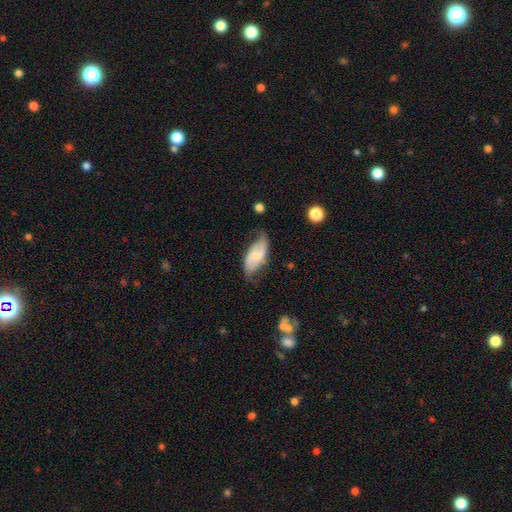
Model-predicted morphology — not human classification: Q: Smooth or featured?
A: featured or disk (50%); runner-up: smooth (43%)
Q: Merging?
A: none (54%); runner-up: minor disturbance (33%)